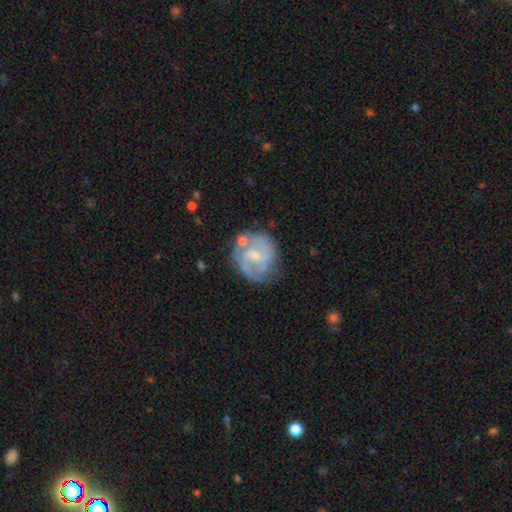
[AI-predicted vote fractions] This appears to be a featured or disk galaxy (77%) with a weak bar (51%), 2 (61%) medium (48%) spiral arms (85%) and a small central bulge (57%). Merging: none (55%).